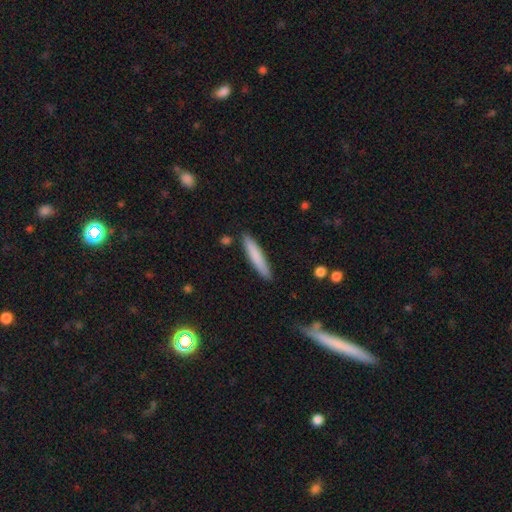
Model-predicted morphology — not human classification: A smooth galaxy with no disk features (78%) that is cigar-shaped (91%).

Vote fractions:
- Smooth or featured? smooth: 78% / featured or disk: 16% / star or artifact: 6%
- How rounded? cigar-shaped: 91% / in between: 8% / round: 1%
- Merging? none: 87% / minor disturbance: 9% / merger: 2% / major disturbance: 2%